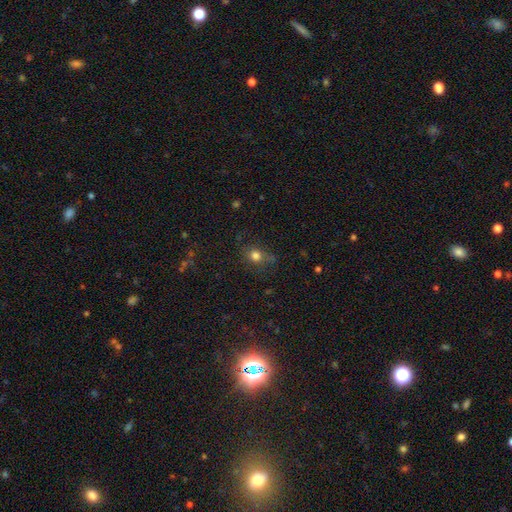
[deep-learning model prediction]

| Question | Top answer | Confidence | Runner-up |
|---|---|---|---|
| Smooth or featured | smooth | 76% | star or artifact (16%) |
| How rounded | round | 73% | in between (25%) |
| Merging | none | 70% | minor disturbance (19%) |